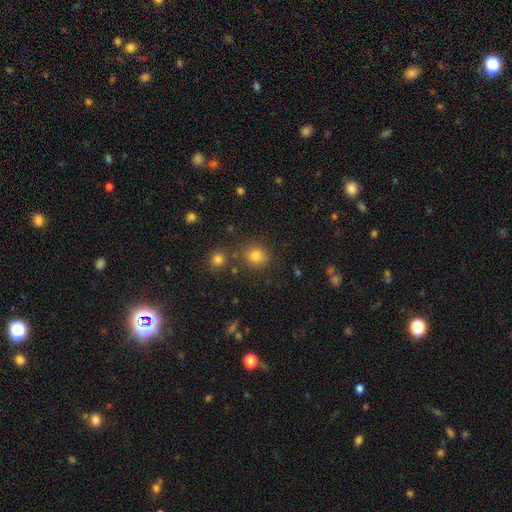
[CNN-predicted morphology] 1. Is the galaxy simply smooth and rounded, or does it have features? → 80% smooth, 14% star or artifact, 6% featured or disk.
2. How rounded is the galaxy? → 83% round, 16% in between, 1% cigar-shaped.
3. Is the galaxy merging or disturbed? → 79% none, 10% minor disturbance, 8% merger, 4% major disturbance.